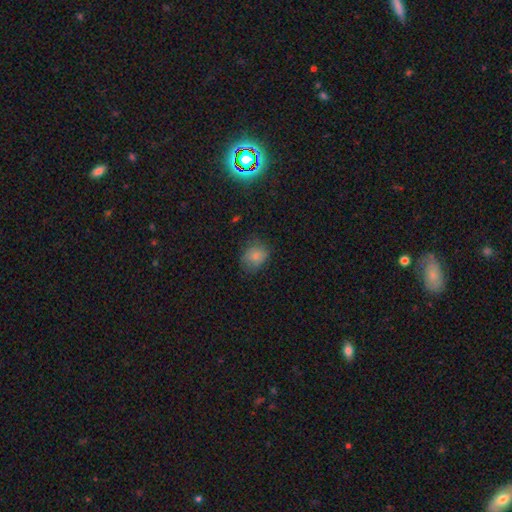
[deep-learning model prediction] Smooth or featured: smooth — 79% (star or artifact — 11%)
How rounded: round — 56% (in between — 43%)
Merging: none — 66% (minor disturbance — 24%)